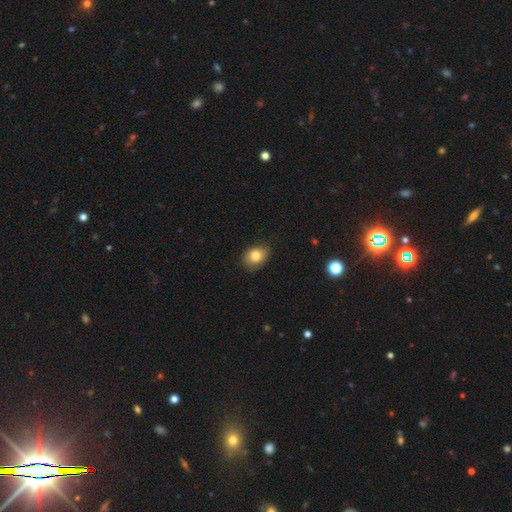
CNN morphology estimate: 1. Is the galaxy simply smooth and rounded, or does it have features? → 81% smooth, 10% featured or disk, 9% star or artifact.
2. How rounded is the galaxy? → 66% in between, 33% round, 1% cigar-shaped.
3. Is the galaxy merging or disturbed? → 79% none, 17% minor disturbance, 3% major disturbance, 1% merger.